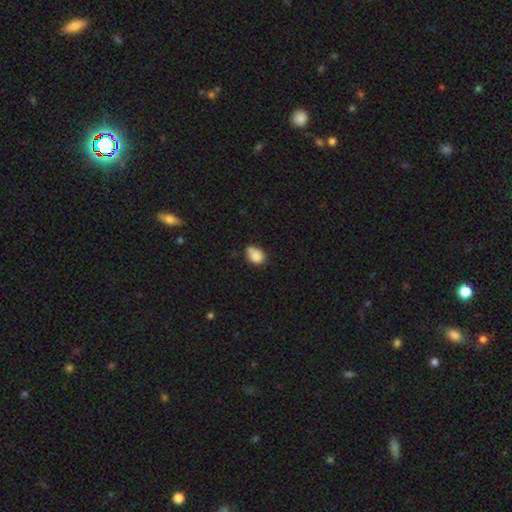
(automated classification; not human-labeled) Morphology: type=smooth (84%); roundness=in between (57%); merging=none (49%).